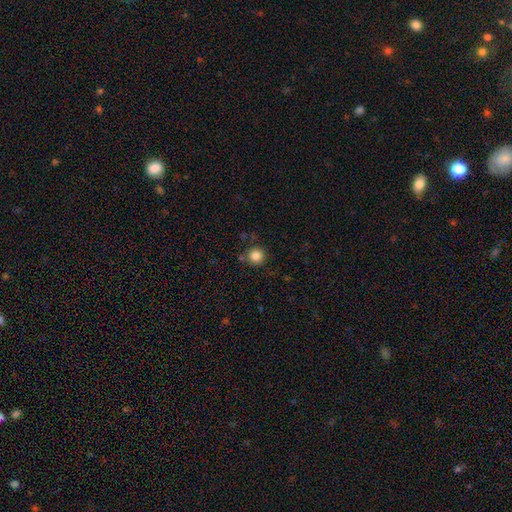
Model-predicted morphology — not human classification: Q: Smooth or featured?
A: smooth (85%); runner-up: star or artifact (11%)
Q: How rounded?
A: round (94%); runner-up: in between (5%)
Q: Merging?
A: none (84%); runner-up: minor disturbance (9%)